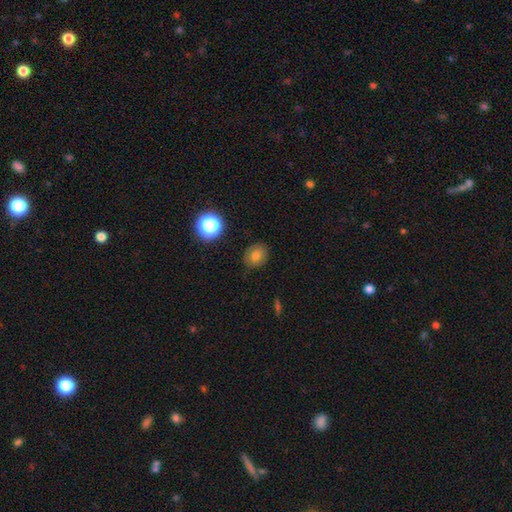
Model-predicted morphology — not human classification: Smooth or featured? Predicted: smooth (p=0.74). How rounded? Predicted: round (p=0.56). Merging? Predicted: none (p=0.84).